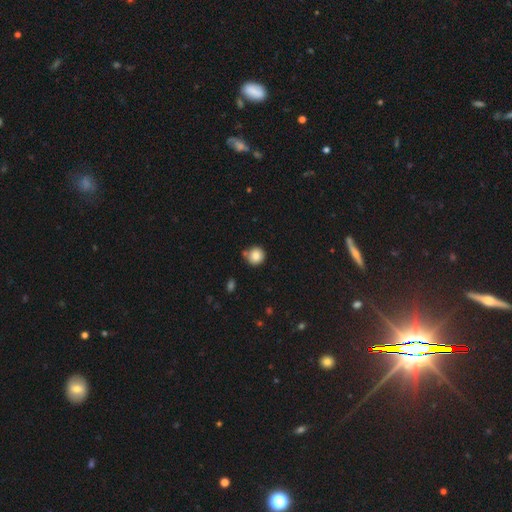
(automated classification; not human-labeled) Smooth or featured?
  - smooth: 84% *
  - star or artifact: 10%
  - featured or disk: 6%
How rounded?
  - round: 92% *
  - in between: 7%
  - cigar-shaped: 1%
Merging?
  - none: 72% *
  - minor disturbance: 14%
  - merger: 11%
  - major disturbance: 3%